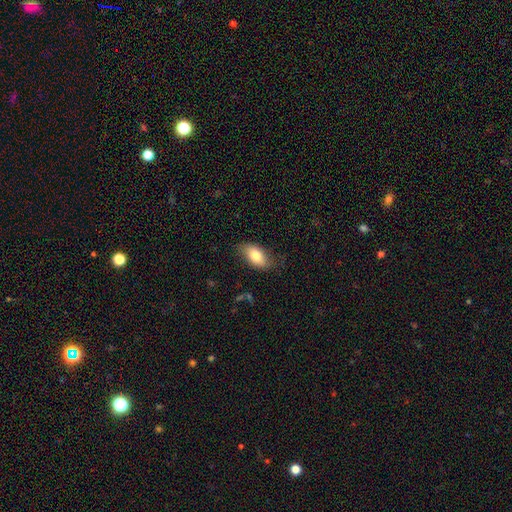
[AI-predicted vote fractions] Smooth or featured: smooth — 75% (featured or disk — 19%)
How rounded: in between — 91% (round — 4%)
Merging: none — 74% (minor disturbance — 20%)